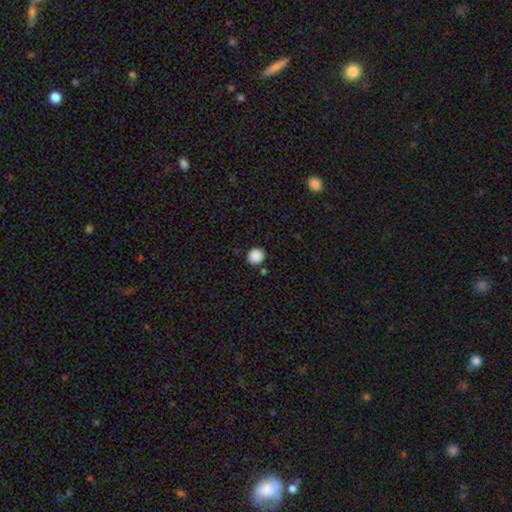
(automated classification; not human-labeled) Overall: smooth (88%). How rounded: round (91%). Merging: none (86%).